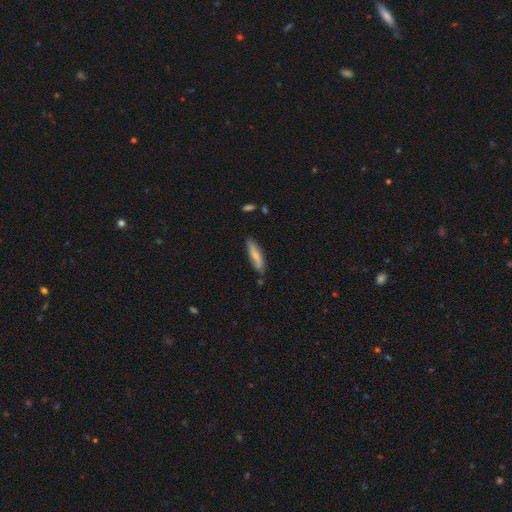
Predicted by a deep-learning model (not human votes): smooth_or_featured: smooth (p=0.64) [alt: featured or disk p=0.30]
how_rounded: cigar-shaped (p=0.70) [alt: in between p=0.28]
merging: none (p=0.74) [alt: minor disturbance p=0.19]